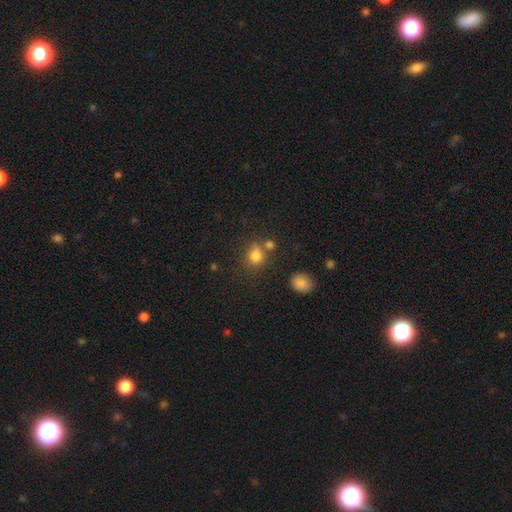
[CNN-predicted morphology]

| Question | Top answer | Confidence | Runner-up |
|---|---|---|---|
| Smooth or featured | smooth | 79% | star or artifact (14%) |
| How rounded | round | 78% | in between (21%) |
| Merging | none | 62% | merger (19%) |